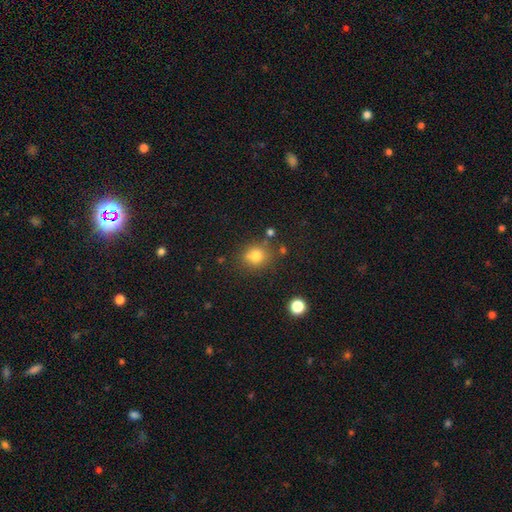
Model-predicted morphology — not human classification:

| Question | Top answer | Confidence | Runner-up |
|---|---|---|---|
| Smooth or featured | smooth | 77% | star or artifact (14%) |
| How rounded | round | 78% | in between (21%) |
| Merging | none | 72% | minor disturbance (14%) |